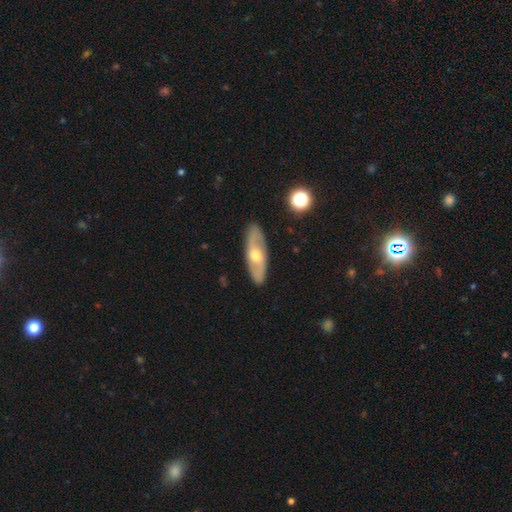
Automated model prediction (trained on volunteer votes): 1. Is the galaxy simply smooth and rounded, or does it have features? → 66% featured or disk, 29% smooth, 5% star or artifact.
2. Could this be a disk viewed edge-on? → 76% no, 24% yes.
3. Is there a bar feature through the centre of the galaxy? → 63% no, 29% weak, 8% strong.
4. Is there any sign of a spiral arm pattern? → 68% yes, 32% no.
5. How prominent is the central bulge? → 74% moderate, 15% small, 9% large, 1% none, 1% dominant.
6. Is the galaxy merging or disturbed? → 88% none, 9% minor disturbance, 2% major disturbance, 1% merger.